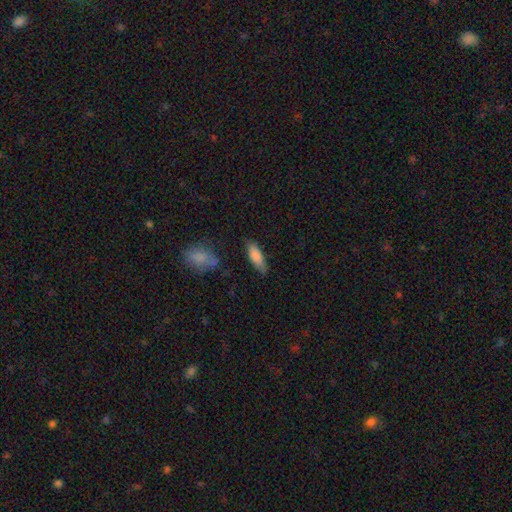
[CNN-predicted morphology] Smooth or featured? Predicted: smooth (p=0.83). How rounded? Predicted: in between (p=0.62). Merging? Predicted: none (p=0.76).